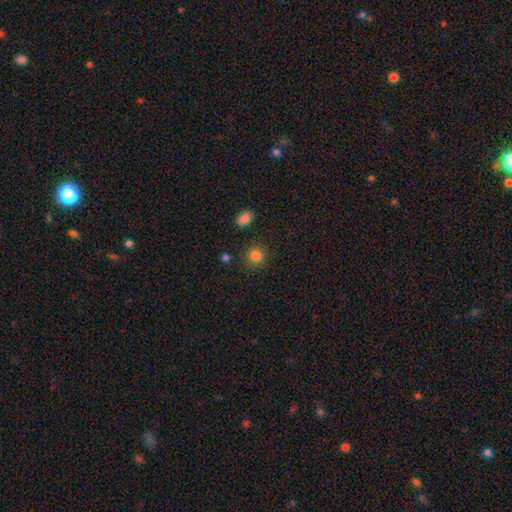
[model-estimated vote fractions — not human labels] This appears to be a smooth galaxy with no disk features (85%) that is round (88%). Merging: none (86%).